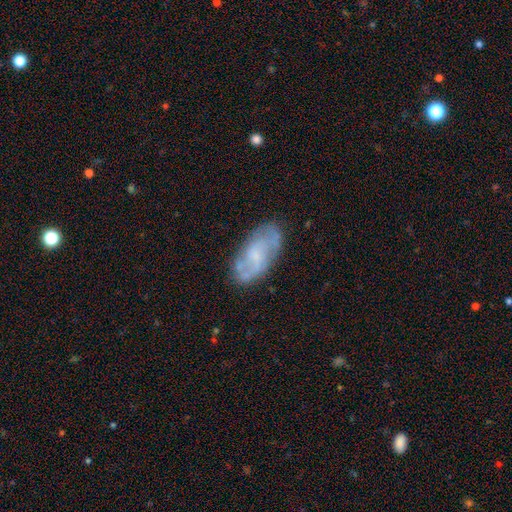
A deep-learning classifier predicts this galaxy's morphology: This is likely a featured or disk galaxy (63%). It is clearly not viewed edge-on (93%). Bar: possibly no (56%). Spiral arm pattern: likely yes (75%). Central bulge: marginally small (42%). Merging: likely none (73%).